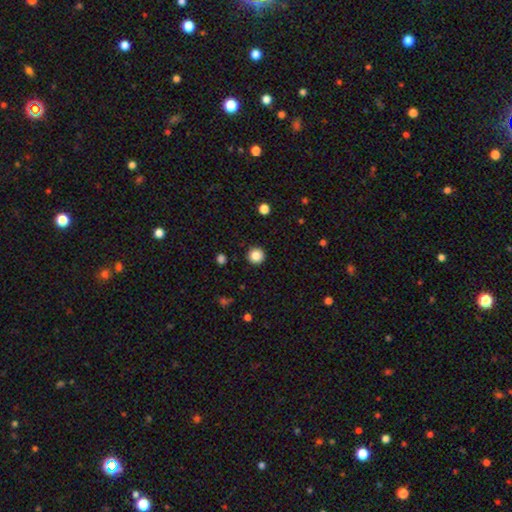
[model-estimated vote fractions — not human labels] smooth_or_featured: smooth (p=0.85) [alt: star or artifact p=0.11]
how_rounded: round (p=0.96) [alt: in between p=0.04]
merging: none (p=0.92) [alt: minor disturbance p=0.05]